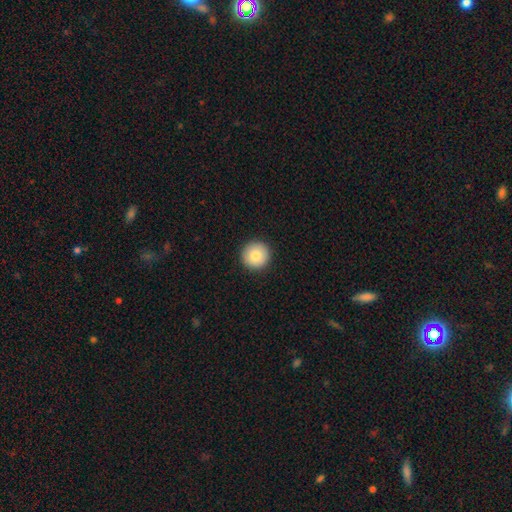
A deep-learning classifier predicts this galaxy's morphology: Overall: smooth (83%). How rounded: round (96%). Merging: none (93%).